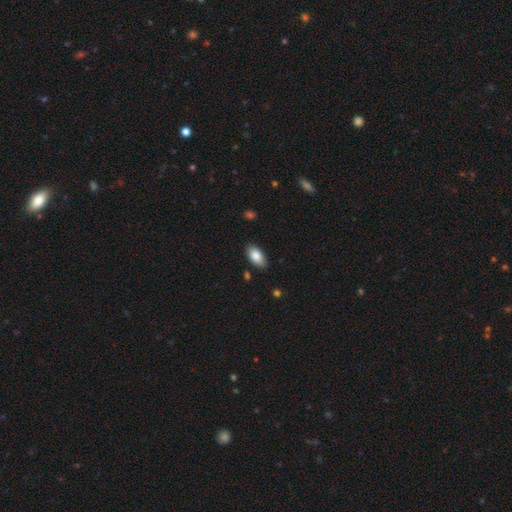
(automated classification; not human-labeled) A smooth galaxy with no disk features (84%) that is in between round and cigar-shaped (93%).

Vote fractions:
- Smooth or featured? smooth: 84% / featured or disk: 9% / star or artifact: 7%
- How rounded? in between: 93% / cigar-shaped: 4% / round: 3%
- Merging? none: 86% / minor disturbance: 10% / major disturbance: 2% / merger: 1%